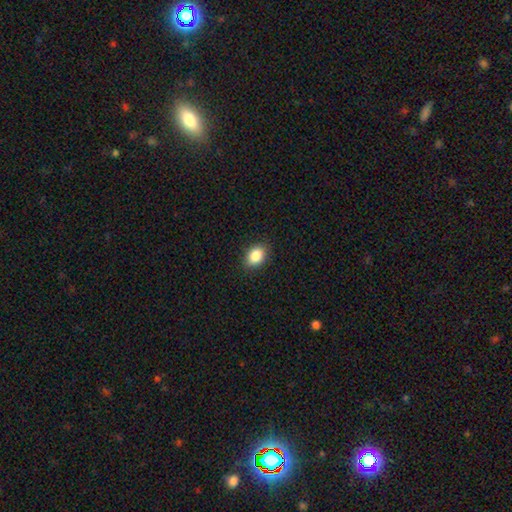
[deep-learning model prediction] smooth_or_featured: smooth (p=0.86) [alt: star or artifact p=0.09]
how_rounded: in between (p=0.76) [alt: round p=0.22]
merging: none (p=0.87) [alt: minor disturbance p=0.10]